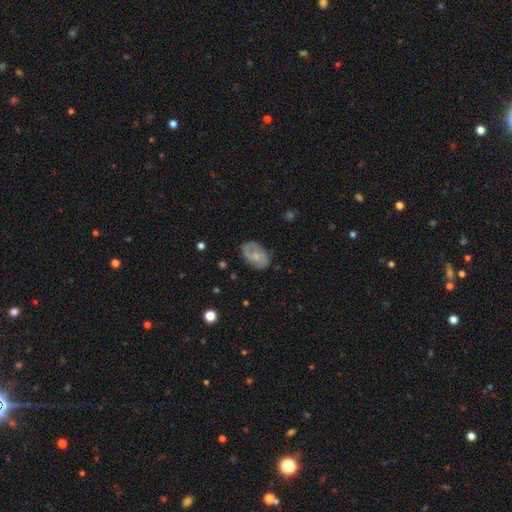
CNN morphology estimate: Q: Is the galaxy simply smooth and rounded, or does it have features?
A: featured or disk — 61%.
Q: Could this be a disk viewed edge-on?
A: no — 96%.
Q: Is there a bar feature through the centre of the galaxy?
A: no — 62%.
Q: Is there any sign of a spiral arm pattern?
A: yes — 87%.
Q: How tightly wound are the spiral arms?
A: medium — 47%.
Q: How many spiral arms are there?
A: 2 — 79%.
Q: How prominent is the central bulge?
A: small — 42%.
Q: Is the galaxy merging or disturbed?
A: none — 79%.